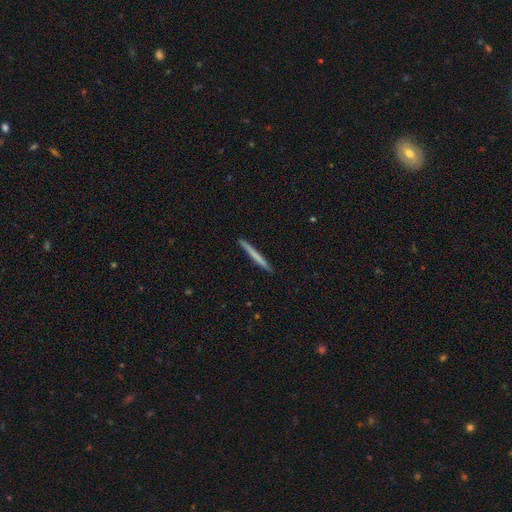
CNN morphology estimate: Smooth or featured: smooth — 63% (featured or disk — 32%)
How rounded: cigar-shaped — 97% (in between — 2%)
Merging: none — 92% (minor disturbance — 6%)